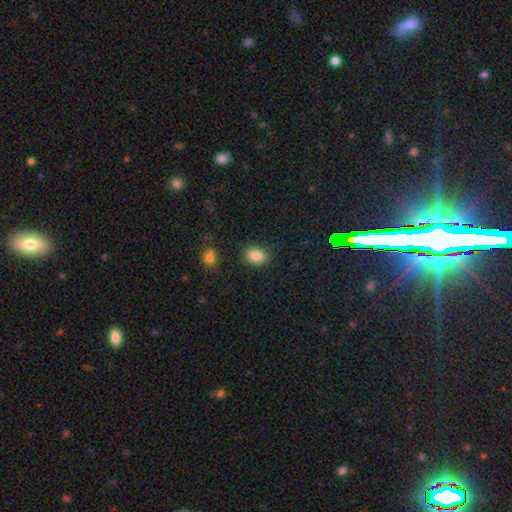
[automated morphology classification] A smooth galaxy with no disk features (85%) that is in between round and cigar-shaped (70%).

Vote fractions:
- Smooth or featured? smooth: 85% / star or artifact: 10% / featured or disk: 5%
- How rounded? in between: 70% / round: 29% / cigar-shaped: 1%
- Merging? none: 81% / minor disturbance: 12% / major disturbance: 3% / merger: 3%